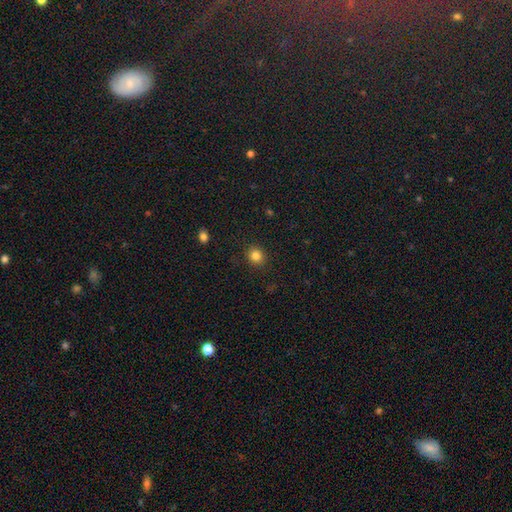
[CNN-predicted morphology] A smooth galaxy with no disk features (83%) that is round (78%). Merging: none (90%).